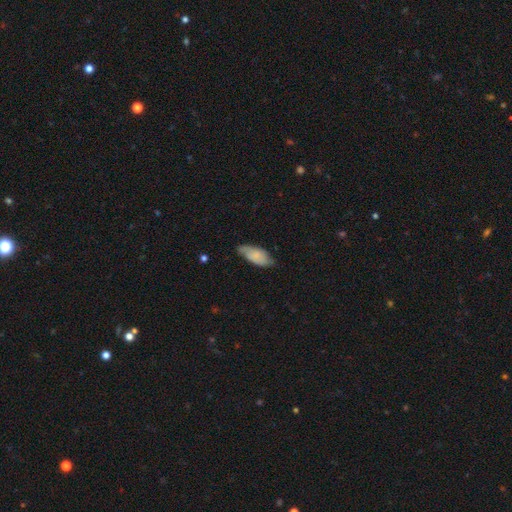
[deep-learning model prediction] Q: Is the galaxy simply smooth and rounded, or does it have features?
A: smooth — 74%.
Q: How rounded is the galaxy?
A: in between — 86%.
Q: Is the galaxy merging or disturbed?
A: none — 64%.